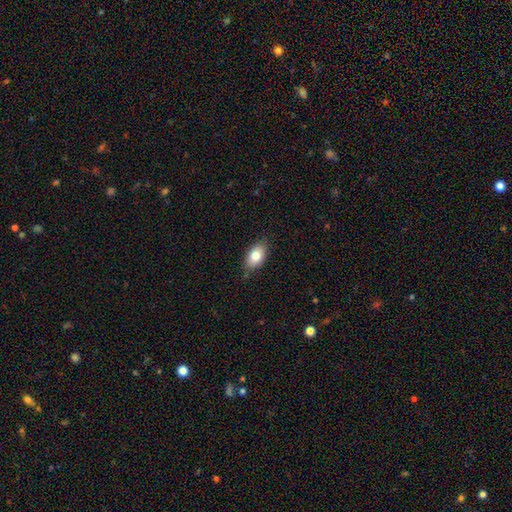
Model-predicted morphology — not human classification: This appears to be a smooth galaxy with no disk features (80%) that is in between round and cigar-shaped (91%). Merging: none (83%).